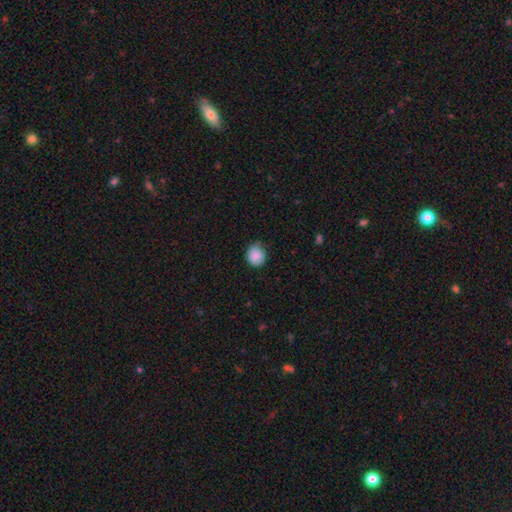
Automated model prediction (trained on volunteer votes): Morphology: type=smooth (87%); roundness=round (78%); merging=none (59%).